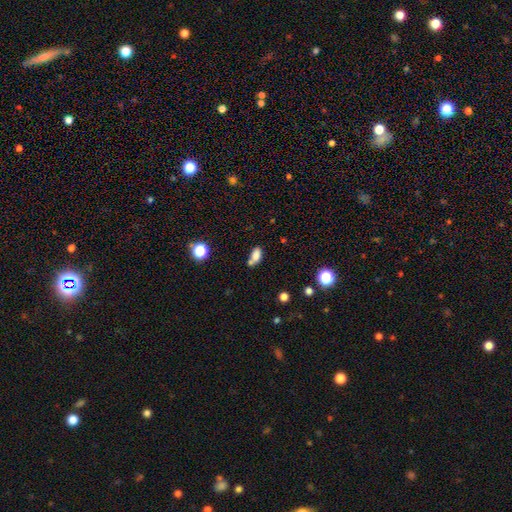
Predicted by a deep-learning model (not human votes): smooth_or_featured: smooth (p=0.79) [alt: star or artifact p=0.12]
how_rounded: in between (p=0.87) [alt: round p=0.09]
merging: none (p=0.47) [alt: merger p=0.32]